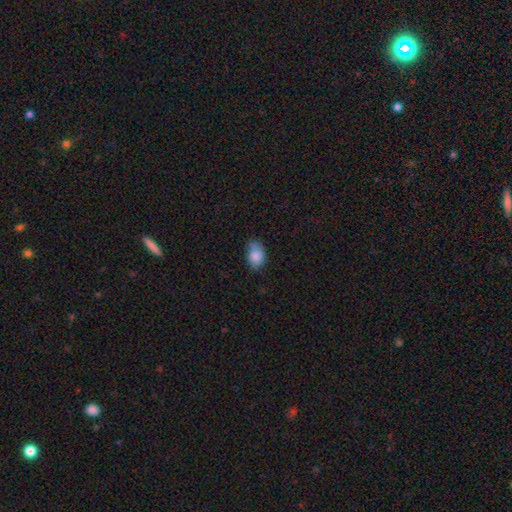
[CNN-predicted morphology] smooth-or-featured: smooth: 84% | featured or disk: 8% | star or artifact: 8%
  how-rounded: in between: 80% | round: 19% | cigar-shaped: 1%
  merging: none: 58% | minor disturbance: 30% | major disturbance: 7% | merger: 6%